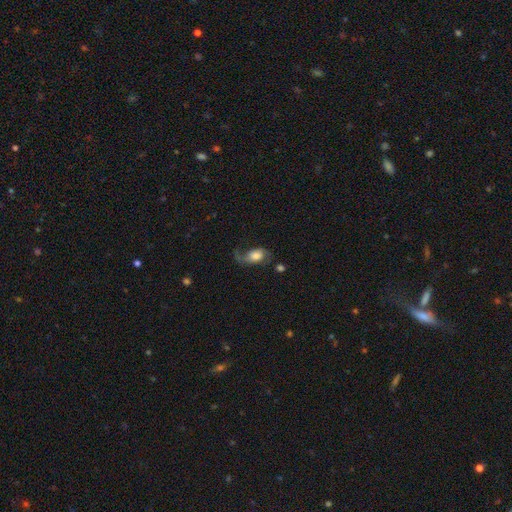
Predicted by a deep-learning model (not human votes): Q: Smooth or featured?
A: featured or disk (60%); runner-up: smooth (32%)
Q: Edge-on disk?
A: no (95%); runner-up: yes (5%)
Q: Bar?
A: no (64%); runner-up: weak (28%)
Q: Spiral arms?
A: yes (90%); runner-up: no (10%)
Q: Spiral winding?
A: loose (71%); runner-up: medium (22%)
Q: Spiral arm count?
A: 2 (74%); runner-up: 1 (20%)
Q: Bulge size?
A: large (39%); runner-up: moderate (31%)
Q: Merging?
A: none (49%); runner-up: major disturbance (25%)